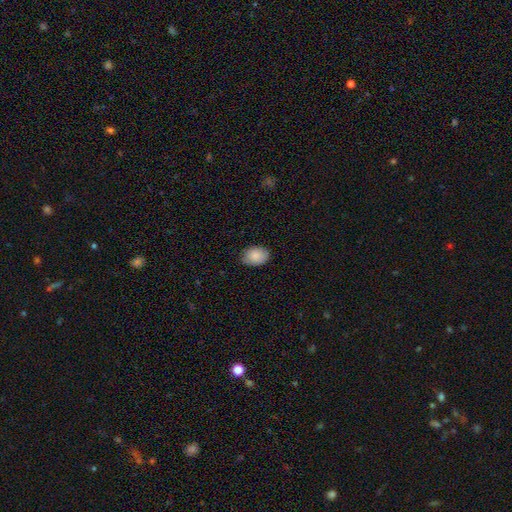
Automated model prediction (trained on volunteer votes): Overall: smooth (87%). How rounded: in between (78%). Merging: none (82%).